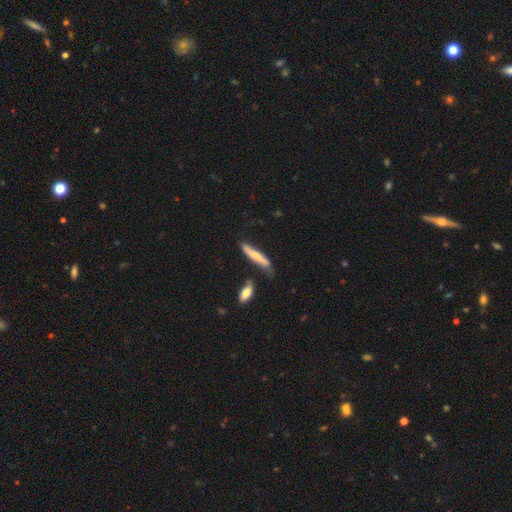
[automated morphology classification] Q: Smooth or featured?
A: smooth (56%); runner-up: featured or disk (38%)
Q: How rounded?
A: cigar-shaped (89%); runner-up: in between (10%)
Q: Merging?
A: none (55%); runner-up: minor disturbance (28%)